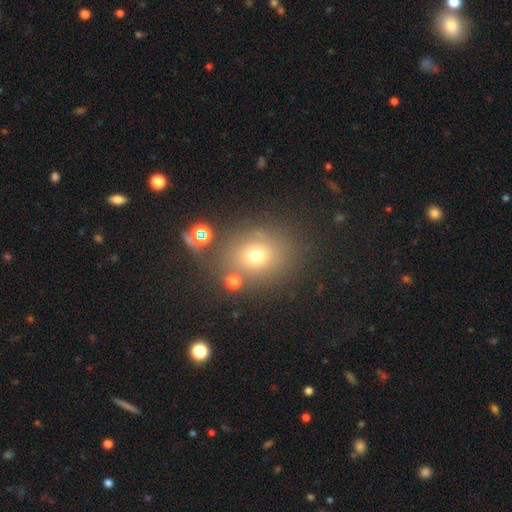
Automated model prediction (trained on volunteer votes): Smooth or featured?
  - smooth: 66% *
  - star or artifact: 21%
  - featured or disk: 13%
How rounded?
  - round: 66% *
  - in between: 33%
  - cigar-shaped: 1%
Merging?
  - none: 75% *
  - minor disturbance: 12%
  - merger: 8%
  - major disturbance: 5%